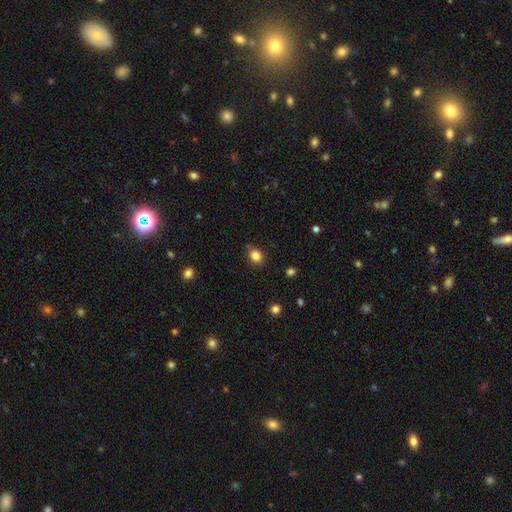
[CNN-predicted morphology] type=smooth (84%); roundness=round (64%); merging=none (84%).